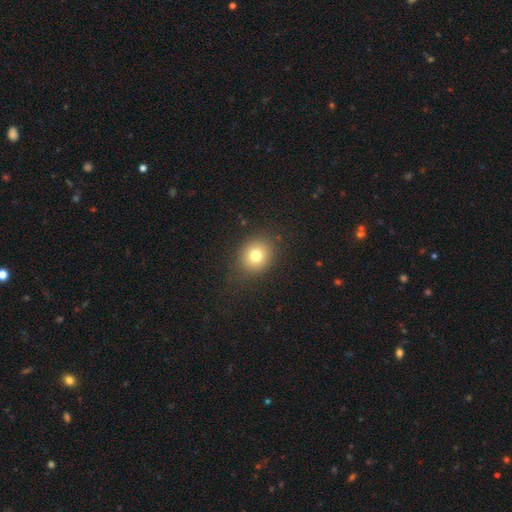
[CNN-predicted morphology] A smooth galaxy with no disk features (76%) that is round (68%). Merging: none (84%).